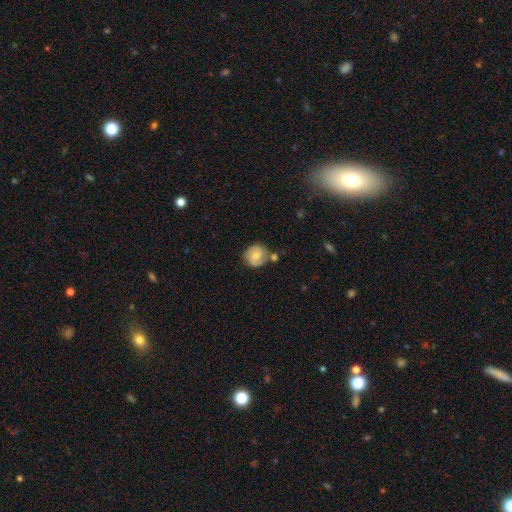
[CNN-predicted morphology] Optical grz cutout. It shows a smooth galaxy with no disk features (58%) that is round (87%). Merging: none (60%).